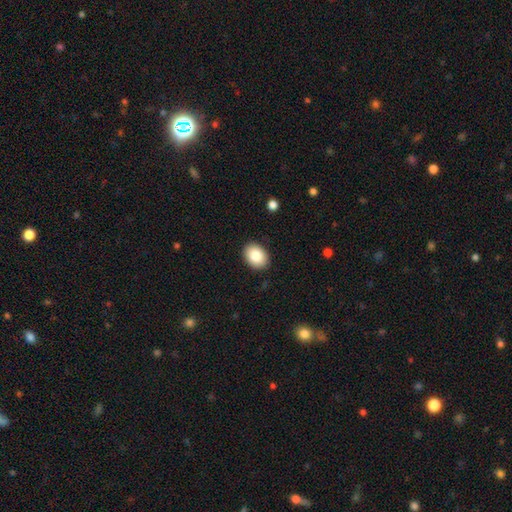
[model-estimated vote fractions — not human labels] Morphology: type=smooth (86%); roundness=in between (72%); merging=none (89%).